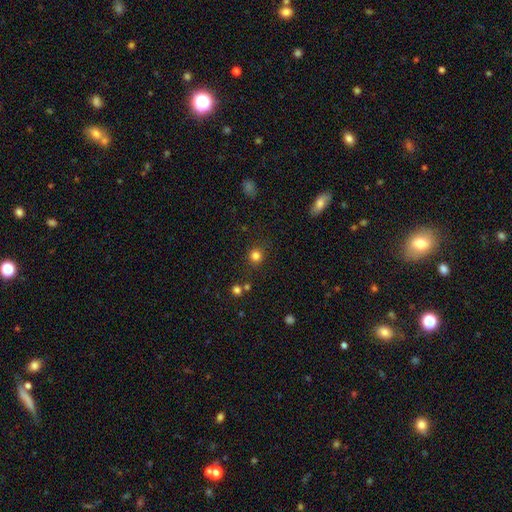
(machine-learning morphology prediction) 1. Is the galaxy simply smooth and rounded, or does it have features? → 81% smooth, 14% star or artifact, 5% featured or disk.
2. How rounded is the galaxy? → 91% round, 8% in between, 1% cigar-shaped.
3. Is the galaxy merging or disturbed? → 86% none, 8% minor disturbance, 3% merger, 3% major disturbance.